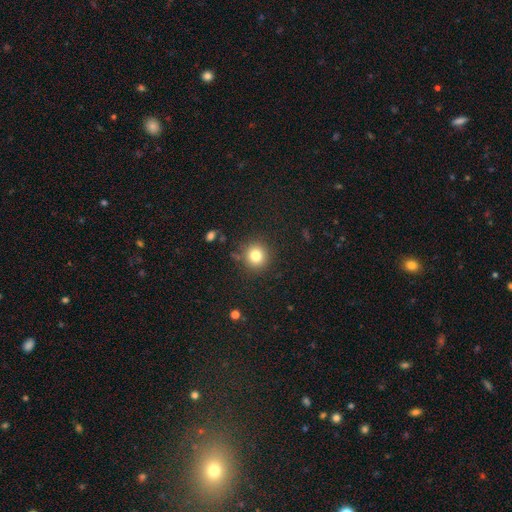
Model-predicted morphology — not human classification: Q: Smooth or featured?
A: smooth (80%); runner-up: star or artifact (13%)
Q: How rounded?
A: round (92%); runner-up: in between (7%)
Q: Merging?
A: none (87%); runner-up: minor disturbance (8%)